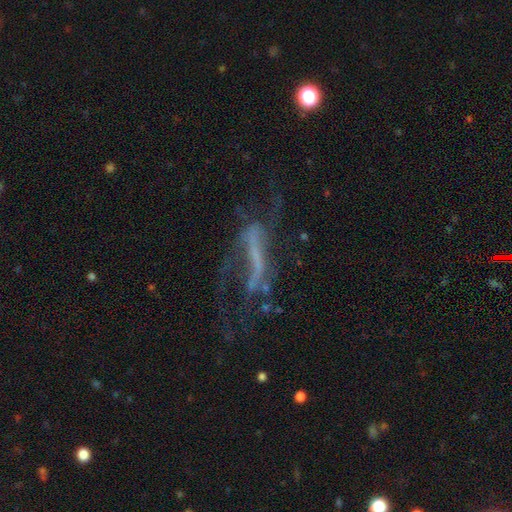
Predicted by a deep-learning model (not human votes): Q: Smooth or featured?
A: featured or disk (57%); runner-up: star or artifact (23%)
Q: Edge-on disk?
A: no (69%); runner-up: yes (31%)
Q: Merging?
A: none (39%); runner-up: major disturbance (37%)